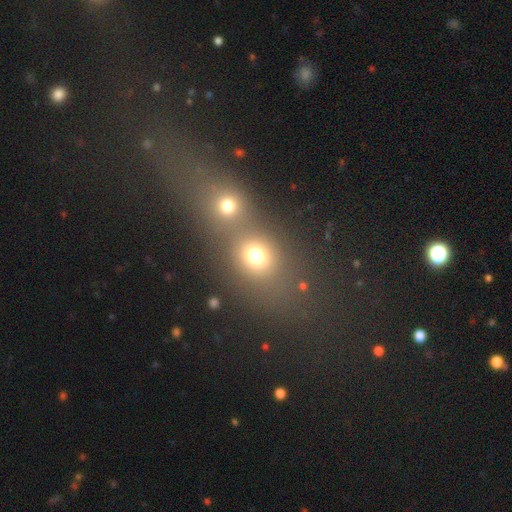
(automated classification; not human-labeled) smooth_or_featured: smooth (p=0.73) [alt: star or artifact p=0.16]
how_rounded: round (p=0.70) [alt: in between p=0.29]
merging: merger (p=0.54) [alt: none p=0.35]